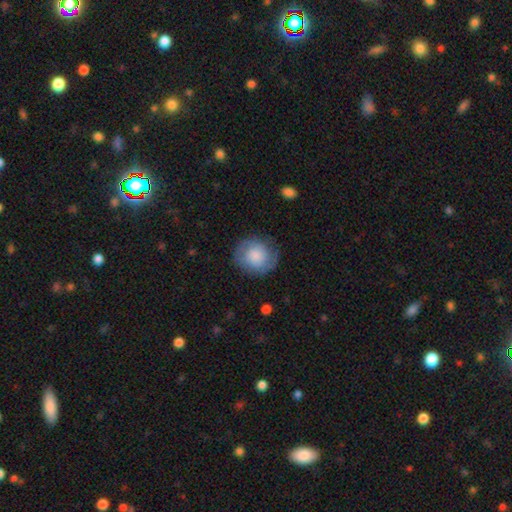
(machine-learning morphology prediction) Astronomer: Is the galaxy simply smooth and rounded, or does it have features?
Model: smooth — 69%.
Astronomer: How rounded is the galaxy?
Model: round — 86%.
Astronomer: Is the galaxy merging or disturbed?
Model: none — 74%.